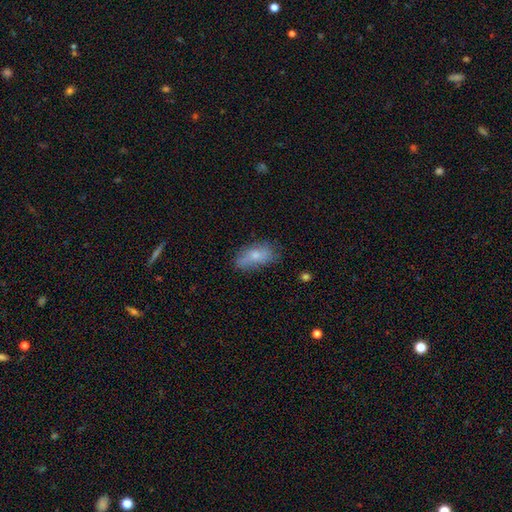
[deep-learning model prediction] Morphology: type=smooth (69%); roundness=in between (88%); merging=none (60%).